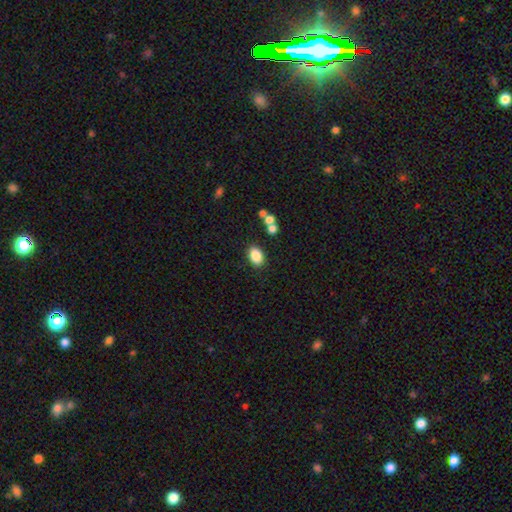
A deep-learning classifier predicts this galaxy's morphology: A smooth galaxy with no disk features (86%) that is in between round and cigar-shaped (83%).

Vote fractions:
- Smooth or featured? smooth: 86% / star or artifact: 9% / featured or disk: 5%
- How rounded? in between: 83% / round: 15% / cigar-shaped: 1%
- Merging? none: 83% / minor disturbance: 9% / merger: 4% / major disturbance: 3%